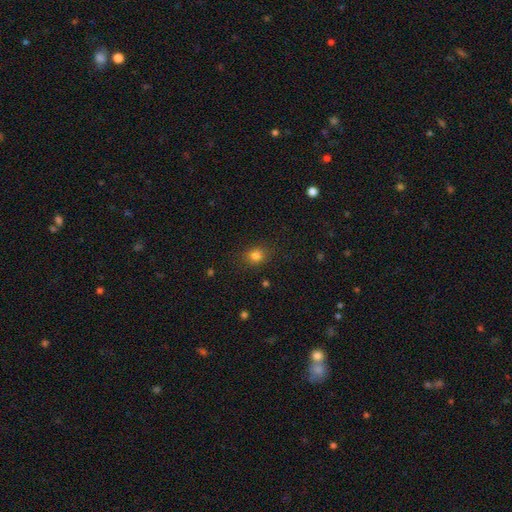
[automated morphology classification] A smooth galaxy with no disk features (81%) that is round (64%).

Vote fractions:
- Smooth or featured? smooth: 81% / star or artifact: 13% / featured or disk: 6%
- How rounded? round: 64% / in between: 35% / cigar-shaped: 1%
- Merging? none: 83% / minor disturbance: 12% / major disturbance: 4% / merger: 2%